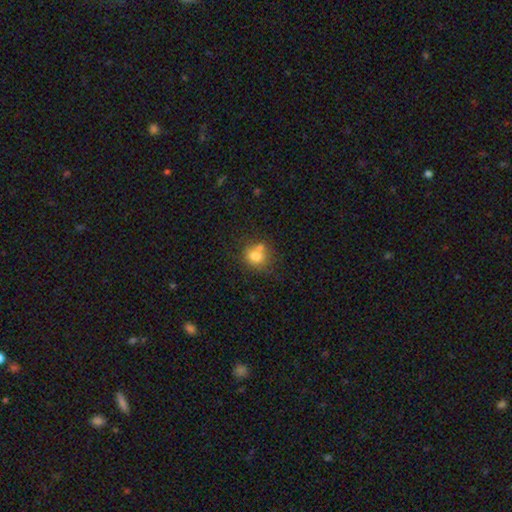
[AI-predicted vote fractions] This appears to be a smooth galaxy with no disk features (75%) that is round (77%). Merging: none (54%).